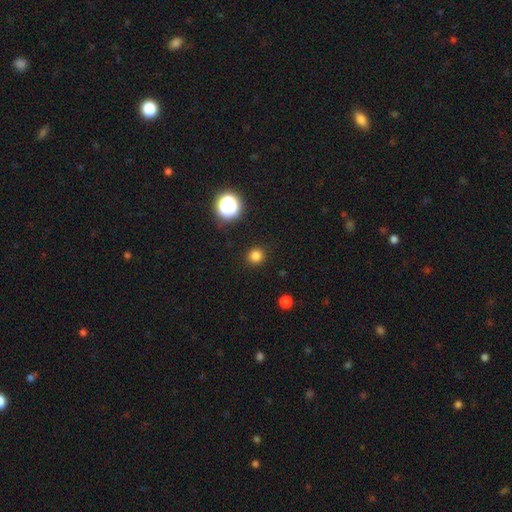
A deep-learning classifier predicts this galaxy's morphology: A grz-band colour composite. It shows a smooth galaxy with no disk features (81%) that is round (94%). Merging: none (92%).